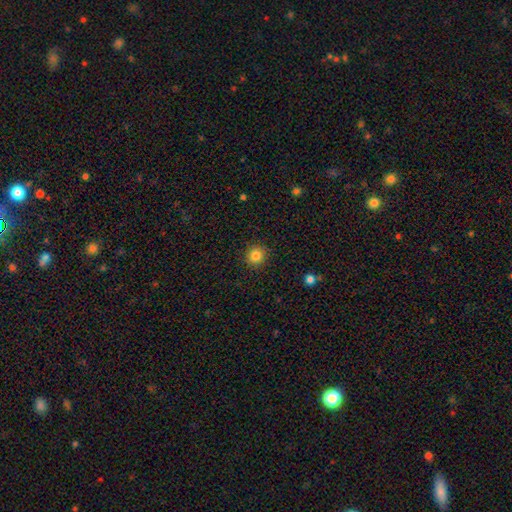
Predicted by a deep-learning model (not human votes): Q: Smooth or featured?
A: smooth (83%); runner-up: star or artifact (11%)
Q: How rounded?
A: round (92%); runner-up: in between (7%)
Q: Merging?
A: none (91%); runner-up: minor disturbance (6%)